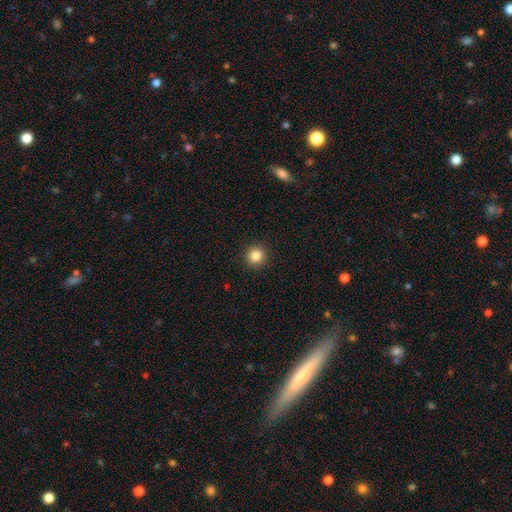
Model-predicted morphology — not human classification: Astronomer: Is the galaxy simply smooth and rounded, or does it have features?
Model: smooth — 85%.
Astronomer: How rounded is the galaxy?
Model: round — 94%.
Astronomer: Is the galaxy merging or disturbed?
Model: none — 92%.